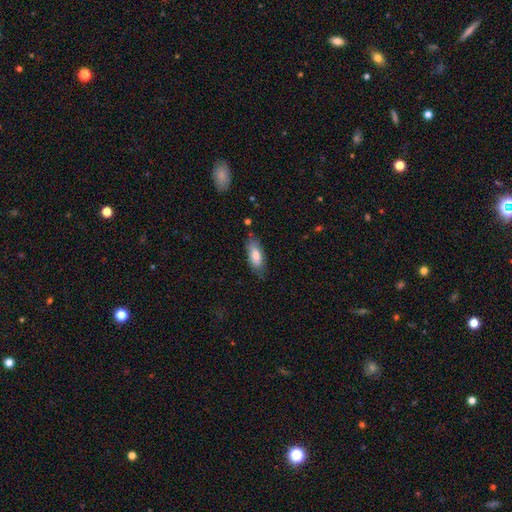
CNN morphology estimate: type=smooth (79%); roundness=in between (76%); merging=none (75%).